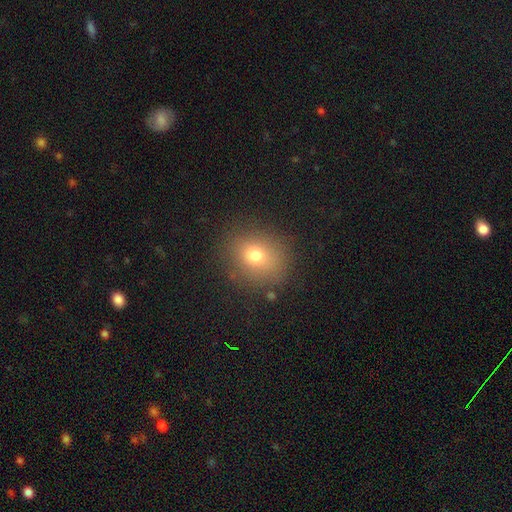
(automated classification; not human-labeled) A smooth galaxy with no disk features (74%) that is round (70%). Merging: none (82%).